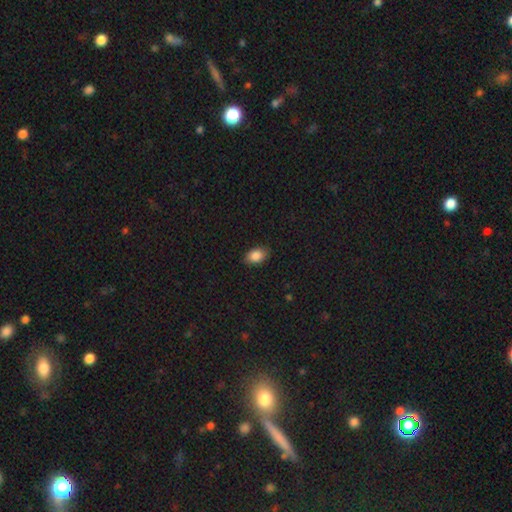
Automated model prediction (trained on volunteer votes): Smooth or featured? smooth (87%)
How rounded? in between (87%)
Merging? none (86%)